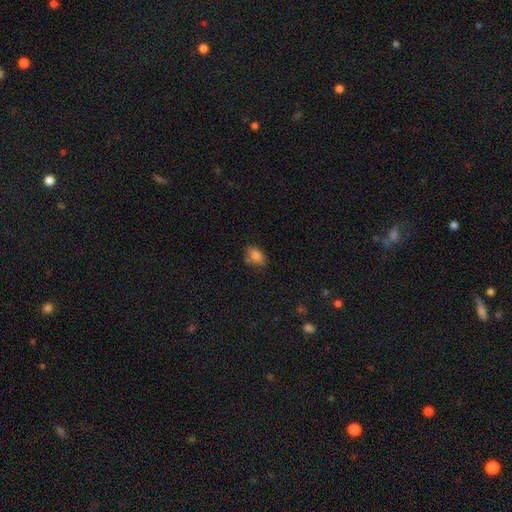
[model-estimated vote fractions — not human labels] Morphology: type=smooth (81%); roundness=in between (84%); merging=none (63%).